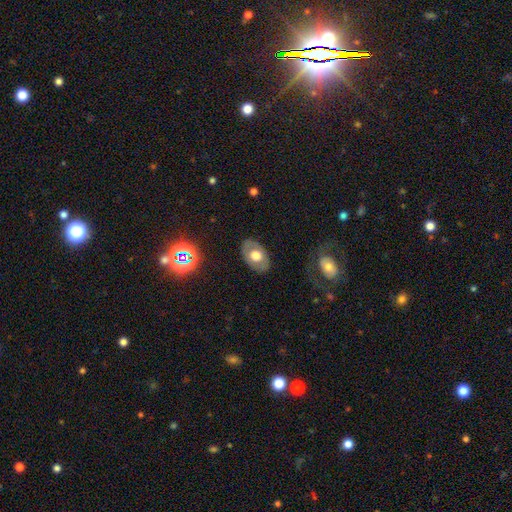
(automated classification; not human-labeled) Morphology: type=smooth (54%); roundness=in between (83%); merging=none (82%).